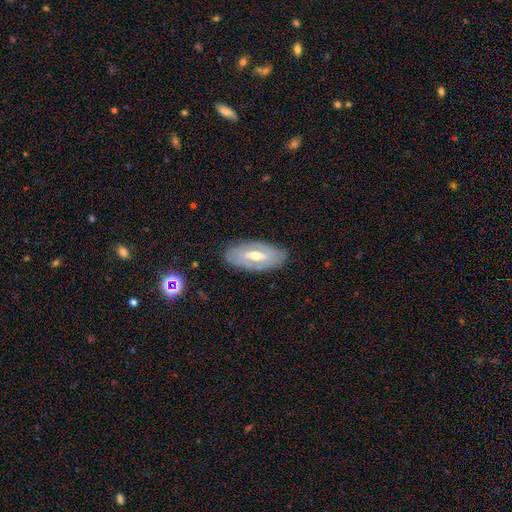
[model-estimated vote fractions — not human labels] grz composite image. It shows a featured or disk galaxy (72%) with a weak bar (41%), spiral arms (62%) and a moderate central bulge (65%). Merging: none (84%).